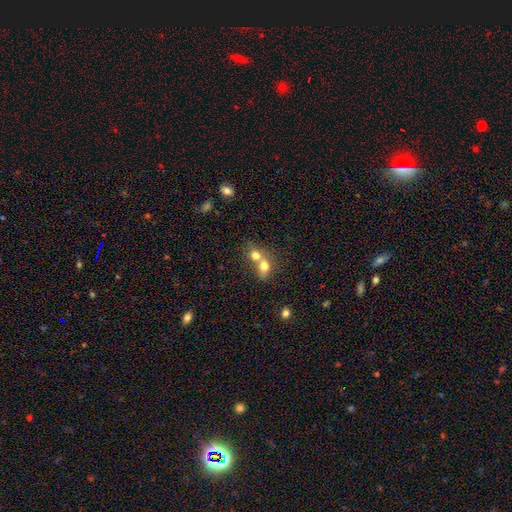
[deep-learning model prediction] A smooth galaxy with no disk features (73%) that is round (58%). Merging: merger (71%).